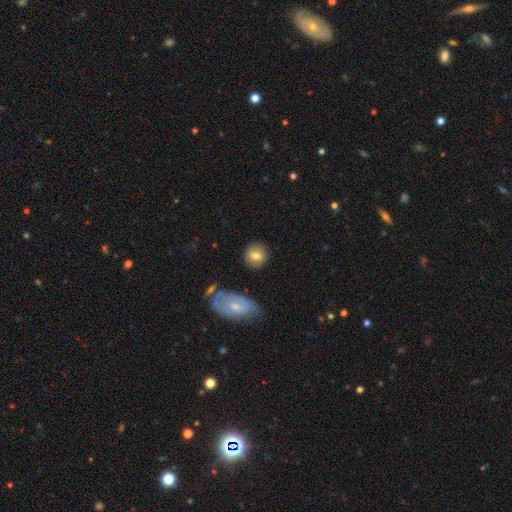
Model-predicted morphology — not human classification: Smooth or featured? smooth (74%)
How rounded? round (82%)
Merging? none (83%)